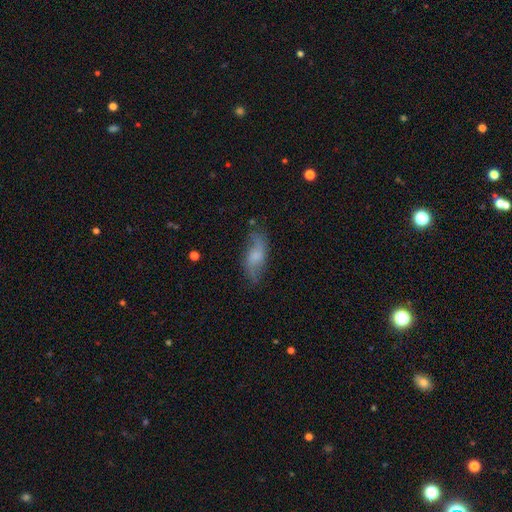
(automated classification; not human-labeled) Smooth or featured: featured or disk — 46% (tied with smooth — 46%)
Merging: none — 69% (minor disturbance — 22%)